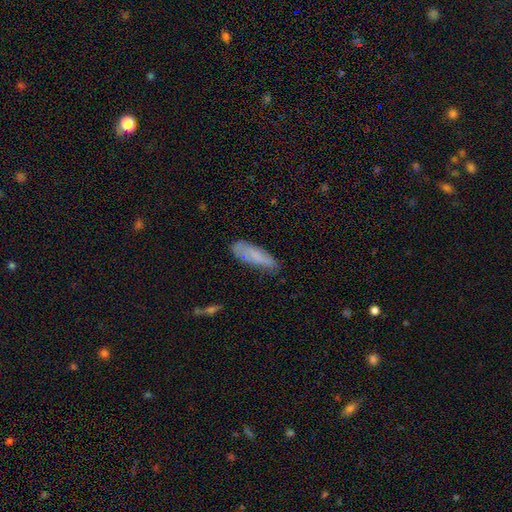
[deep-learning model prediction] The model was most divided on "how rounded": cigar-shaped: 51%, in between: 47%, round: 2%. More confident: smooth or featured — smooth (64%); merging — none (59%).